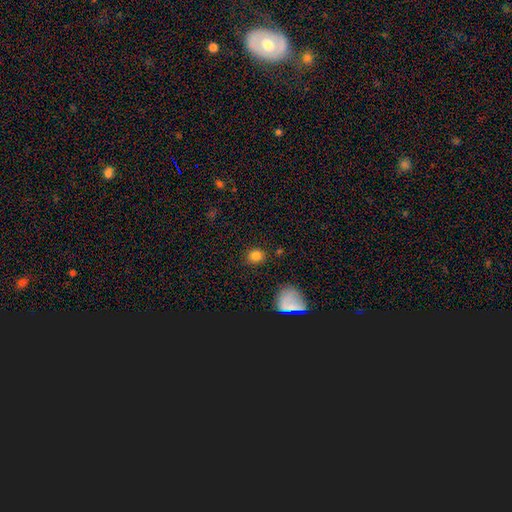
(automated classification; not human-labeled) This is clearly a smooth galaxy (81%). How rounded: likely round (79%). Merging: clearly none (86%).